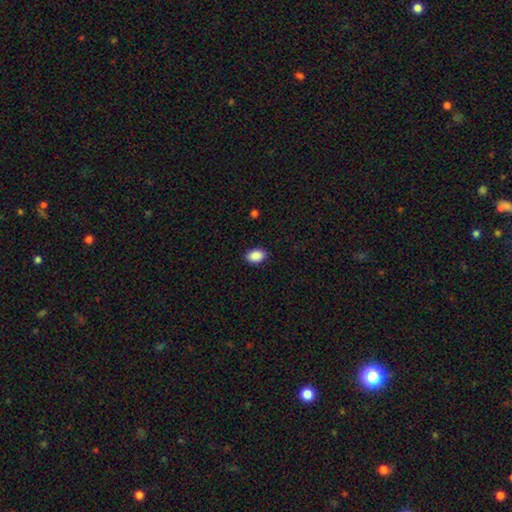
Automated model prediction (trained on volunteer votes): The model was most divided on "how rounded": in between: 84%, round: 15%, cigar-shaped: 1%. More confident: smooth or featured — smooth (90%); merging — none (89%).